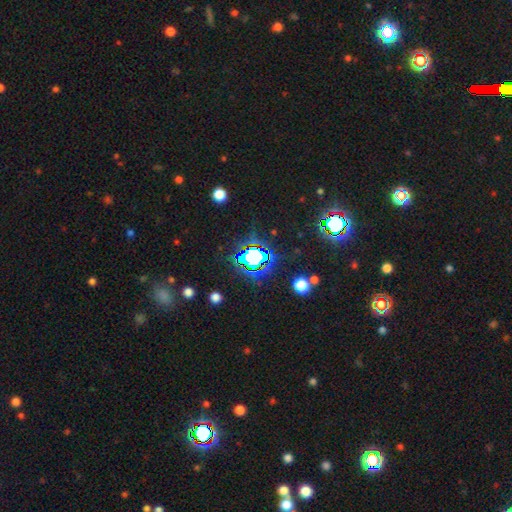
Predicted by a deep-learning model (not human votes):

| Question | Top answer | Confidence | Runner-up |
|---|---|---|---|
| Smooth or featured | star or artifact | 69% | smooth (20%) |